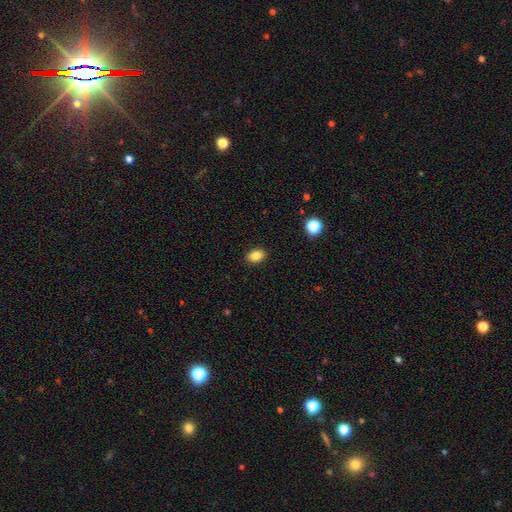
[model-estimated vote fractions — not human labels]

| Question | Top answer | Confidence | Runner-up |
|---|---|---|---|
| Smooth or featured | smooth | 85% | star or artifact (10%) |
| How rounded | in between | 80% | round (19%) |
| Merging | none | 89% | minor disturbance (8%) |